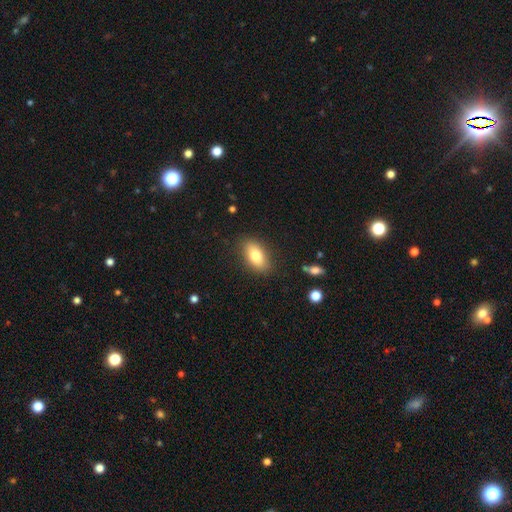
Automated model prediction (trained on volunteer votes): This appears to be a smooth galaxy with no disk features (79%) that is in between round and cigar-shaped (88%). Merging: none (84%).